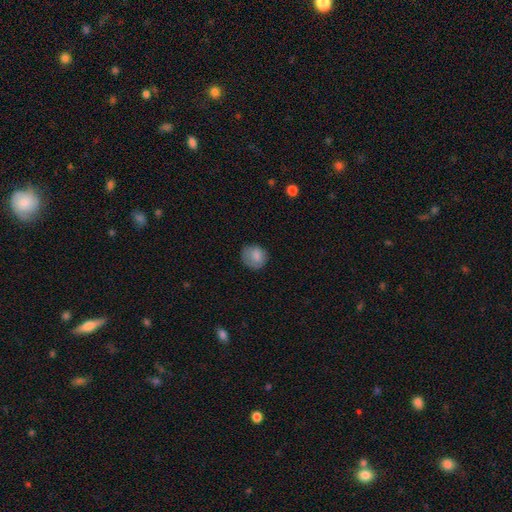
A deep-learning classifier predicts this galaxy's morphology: A smooth galaxy with no disk features (80%) that is round (78%).

Vote fractions:
- Smooth or featured? smooth: 80% / featured or disk: 11% / star or artifact: 9%
- How rounded? round: 78% / in between: 21% / cigar-shaped: 1%
- Merging? none: 68% / minor disturbance: 22% / major disturbance: 9% / merger: 1%